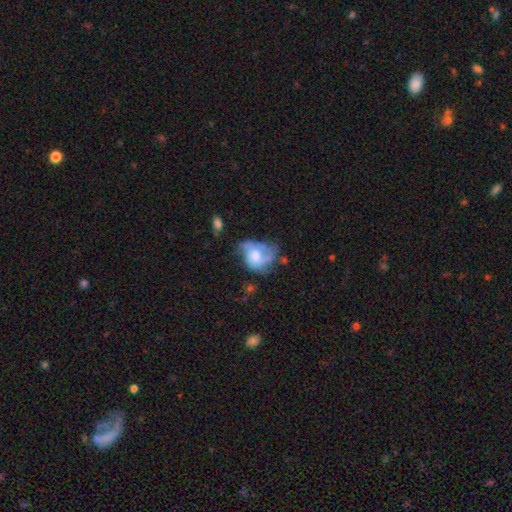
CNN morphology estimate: Smooth or featured: featured or disk — 57% (smooth — 35%)
Edge-on disk: no — 97% (yes — 3%)
Bar: no — 74% (weak — 23%)
Spiral arms: yes — 66% (no — 34%)
Bulge size: moderate — 55% (small — 21%)
Merging: none — 33% (major disturbance — 31%)